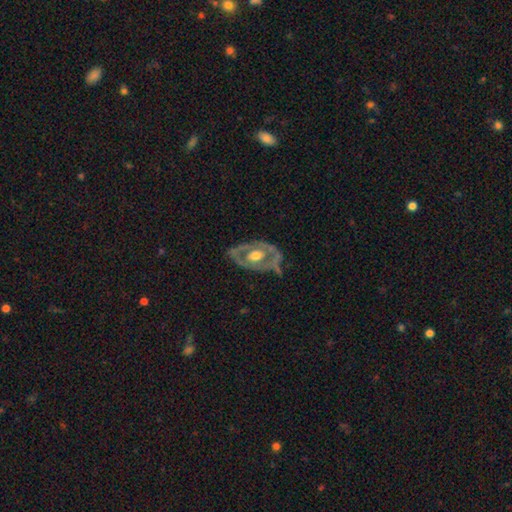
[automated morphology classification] Smooth or featured? featured or disk (73%)
Edge-on disk? no (92%)
Bar? no (71%)
Spiral arms? no (59%)
Bulge size? moderate (67%)
Merging? none (61%)